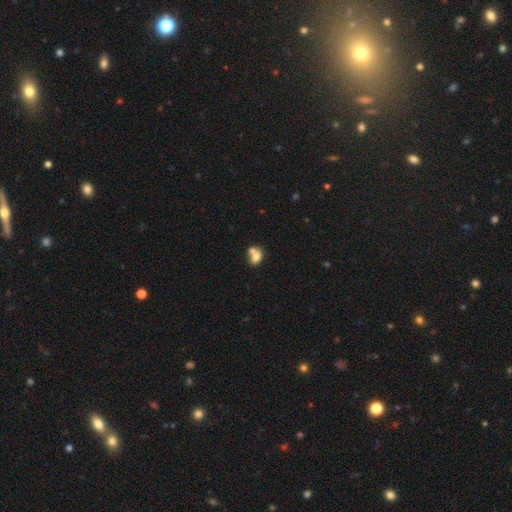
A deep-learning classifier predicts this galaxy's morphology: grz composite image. It shows a smooth galaxy with no disk features (72%) that is in between round and cigar-shaped (66%). Merging: merger (60%).